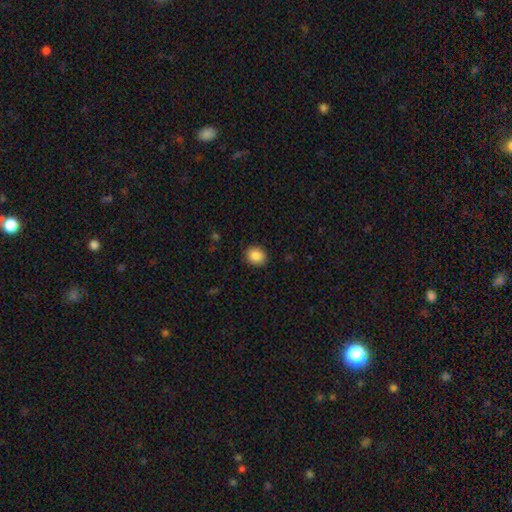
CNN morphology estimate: This is clearly a smooth galaxy (88%). How rounded: likely round (66%). Merging: clearly none (88%).